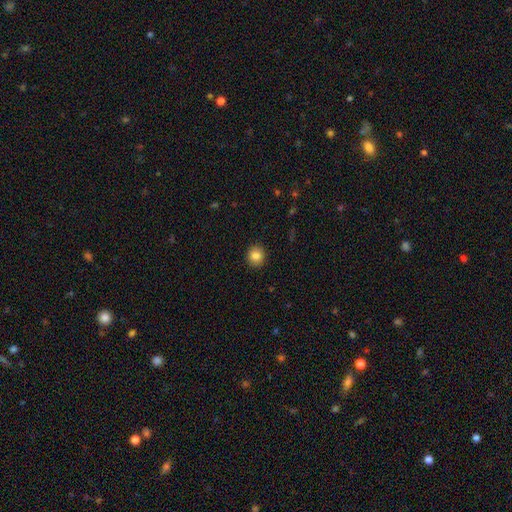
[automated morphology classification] This is clearly a smooth galaxy (84%). How rounded: clearly round (83%). Merging: clearly none (92%).